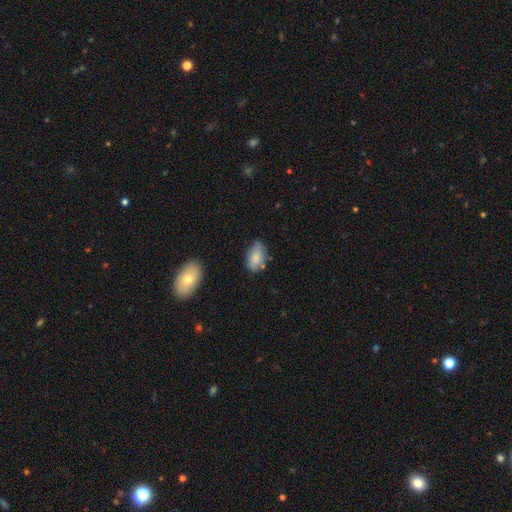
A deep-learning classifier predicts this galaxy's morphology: Smooth or featured? Predicted: smooth (p=0.79). How rounded? Predicted: in between (p=0.92). Merging? Predicted: none (p=0.68).